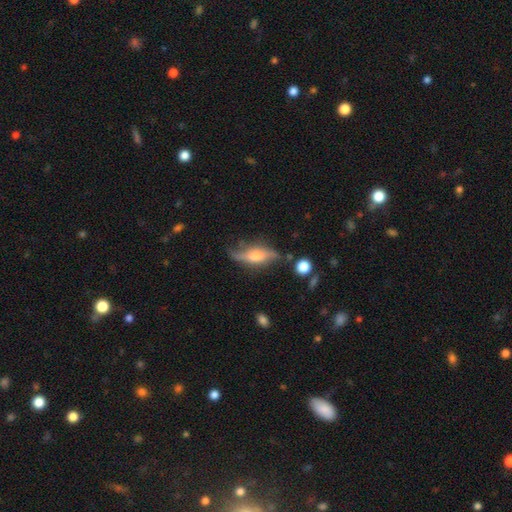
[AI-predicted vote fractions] smooth-or-featured: featured or disk: 64% | smooth: 29% | star or artifact: 7%
  disk-edge-on: yes: 71% | no: 29%
  merging: none: 62% | minor disturbance: 25% | major disturbance: 9% | merger: 4%